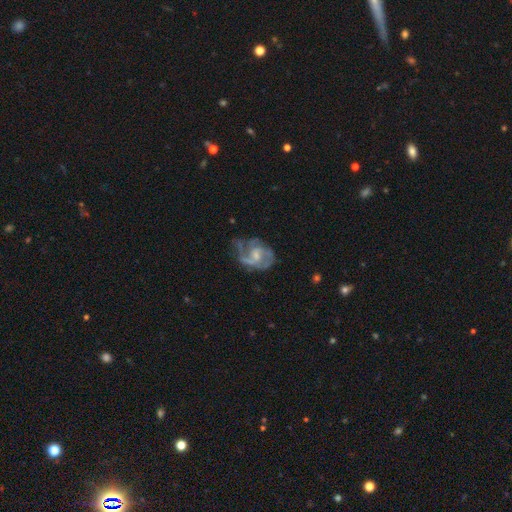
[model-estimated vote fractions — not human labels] Smooth or featured?
  - featured or disk: 82% *
  - smooth: 12%
  - star or artifact: 6%
Edge-on disk?
  - no: 98% *
  - yes: 2%
Bar?
  - weak: 47% *
  - no: 45%
  - strong: 8%
Spiral arms?
  - yes: 91% *
  - no: 9%
Spiral winding?
  - medium: 50% *
  - loose: 28%
  - tight: 22%
Spiral arm count?
  - 2: 54% *
  - 3: 17%
  - can't tell: 16%
  - 1: 7%
  - 4: 3%
  - more than 4: 3%
Bulge size?
  - small: 41% *
  - moderate: 40%
  - none: 14%
  - large: 4%
  - dominant: 1%
Merging?
  - none: 48% *
  - minor disturbance: 26%
  - major disturbance: 24%
  - merger: 3%